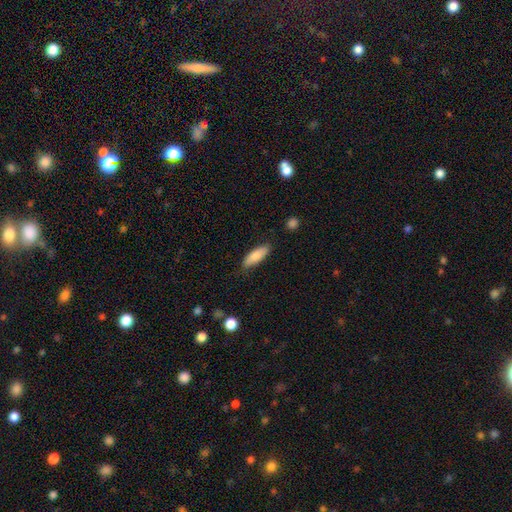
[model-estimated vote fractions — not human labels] Smooth or featured?
  - smooth: 83% *
  - featured or disk: 11%
  - star or artifact: 6%
How rounded?
  - in between: 60% *
  - cigar-shaped: 38%
  - round: 2%
Merging?
  - none: 81% *
  - minor disturbance: 15%
  - major disturbance: 3%
  - merger: 2%